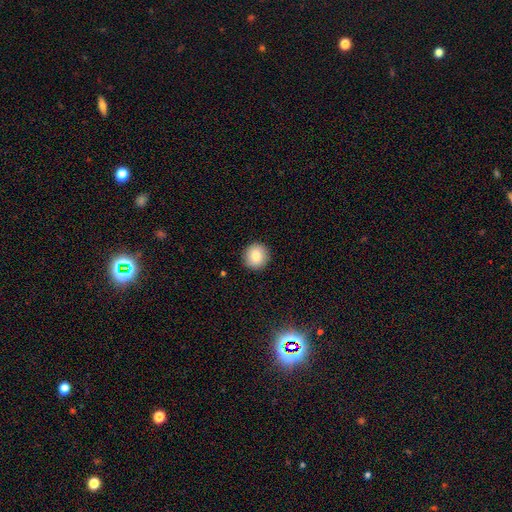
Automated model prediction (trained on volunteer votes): Smooth or featured? smooth (82%)
How rounded? round (95%)
Merging? none (92%)